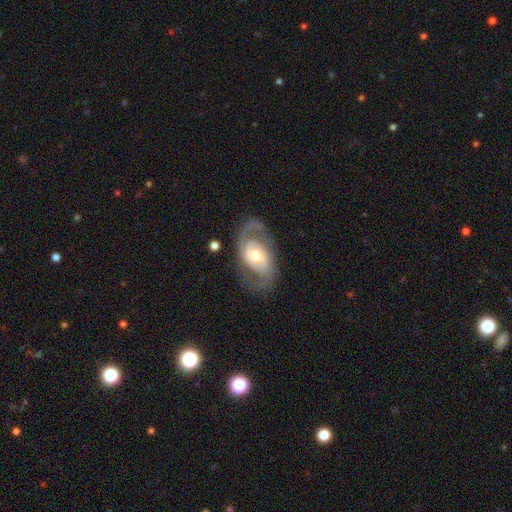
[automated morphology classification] This appears to be a featured or disk galaxy (82%) with no bar (54%), 2 (84%) medium (50%) spiral arms (89%) and a moderate central bulge (68%). Merging: none (71%).